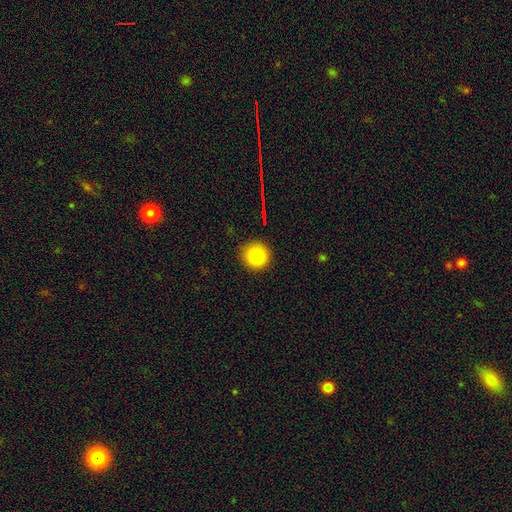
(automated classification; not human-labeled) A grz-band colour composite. It shows a smooth galaxy with no disk features (82%) that is round (93%). Merging: none (90%).